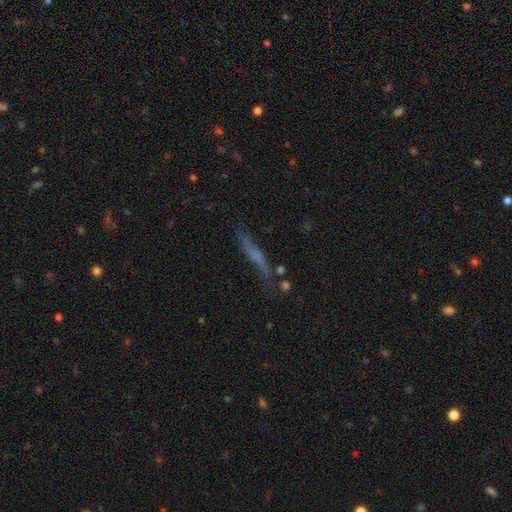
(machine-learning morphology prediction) smooth_or_featured: smooth (p=0.45) [alt: featured or disk p=0.42]
merging: none (p=0.70) [alt: minor disturbance p=0.18]